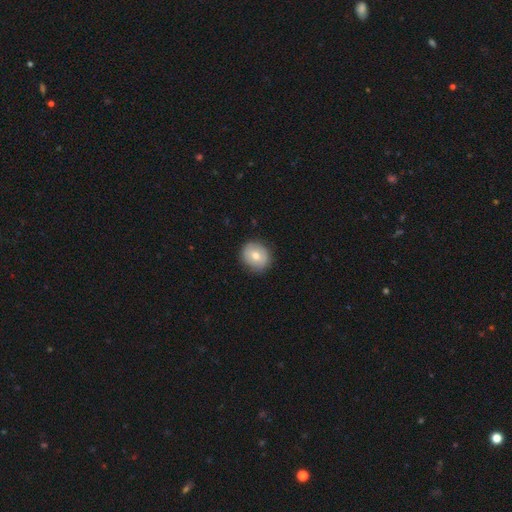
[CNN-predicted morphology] smooth_or_featured: smooth (p=0.70) [alt: featured or disk p=0.22]
how_rounded: round (p=0.77) [alt: in between p=0.22]
merging: none (p=0.87) [alt: minor disturbance p=0.10]